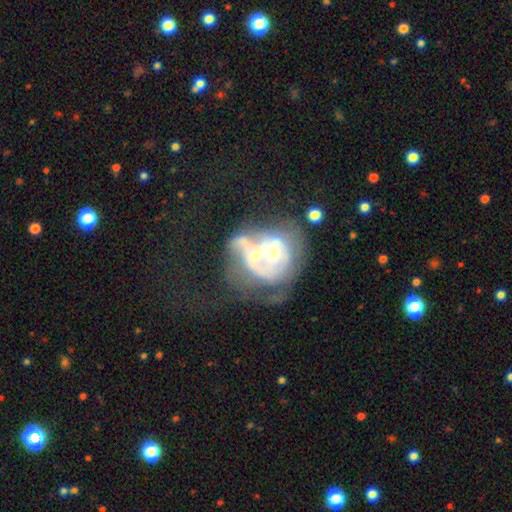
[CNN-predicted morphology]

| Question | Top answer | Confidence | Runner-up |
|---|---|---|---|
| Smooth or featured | featured or disk | 67% | smooth (23%) |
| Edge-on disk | no | 97% | yes (3%) |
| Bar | no | 74% | weak (20%) |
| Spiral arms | no | 58% | yes (42%) |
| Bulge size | moderate | 47% | small (36%) |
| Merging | merger | 49% | major disturbance (27%) |